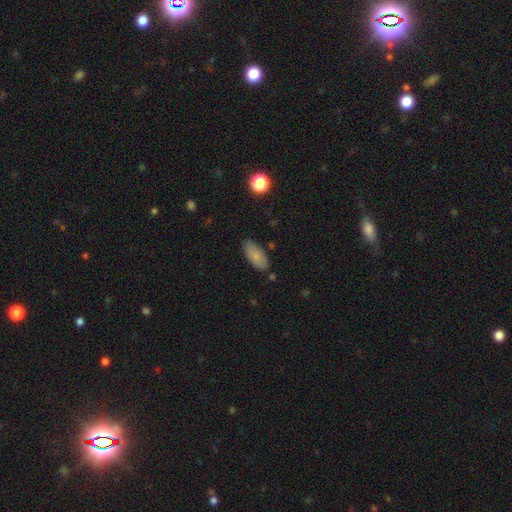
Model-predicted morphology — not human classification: This appears to be a smooth galaxy with no disk features (81%) that is in between round and cigar-shaped (89%). Merging: none (81%).